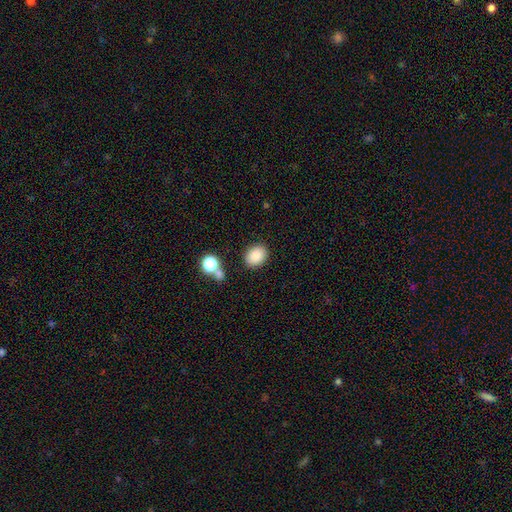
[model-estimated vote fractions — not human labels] smooth-or-featured: smooth: 87% | star or artifact: 8% | featured or disk: 5%
  how-rounded: in between: 62% | round: 37% | cigar-shaped: 1%
  merging: none: 83% | minor disturbance: 10% | merger: 5% | major disturbance: 3%